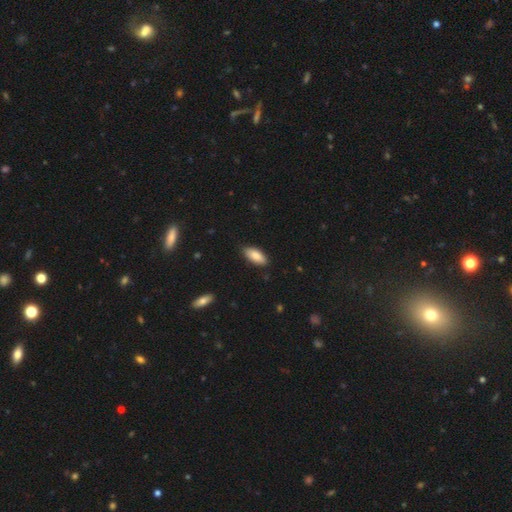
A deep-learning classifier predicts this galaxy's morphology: Smooth or featured? smooth (85%)
How rounded? in between (87%)
Merging? none (85%)